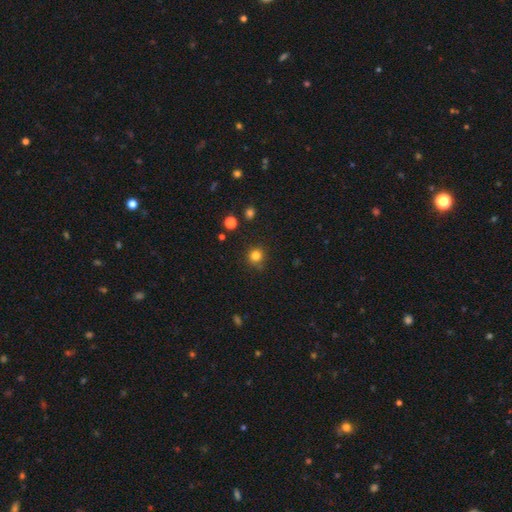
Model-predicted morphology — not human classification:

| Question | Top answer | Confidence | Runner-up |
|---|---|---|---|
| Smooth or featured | smooth | 82% | star or artifact (14%) |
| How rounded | round | 91% | in between (8%) |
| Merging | none | 82% | minor disturbance (13%) |